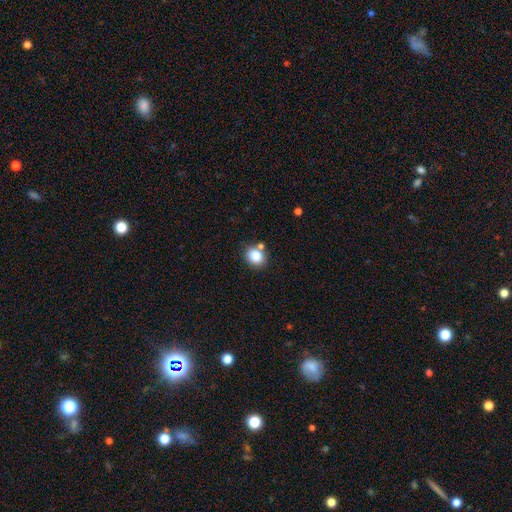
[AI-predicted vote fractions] Morphology: type=smooth (83%); roundness=round (60%); merging=none (74%).